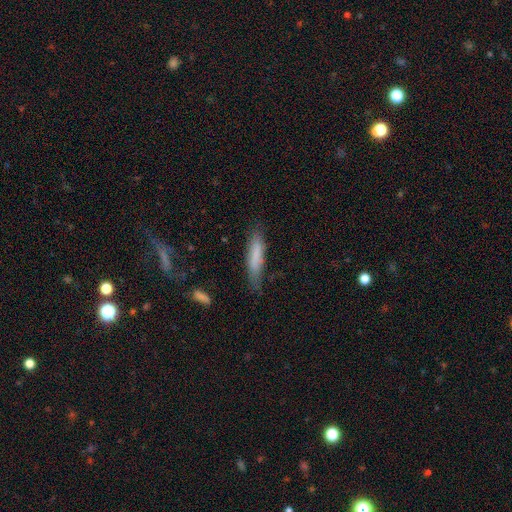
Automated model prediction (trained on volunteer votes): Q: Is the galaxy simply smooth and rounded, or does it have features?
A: smooth — 75%.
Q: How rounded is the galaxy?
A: cigar-shaped — 80%.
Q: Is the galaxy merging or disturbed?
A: none — 66%.